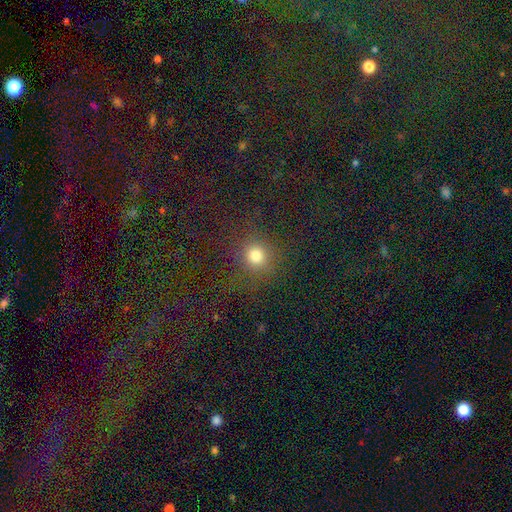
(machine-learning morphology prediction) A smooth galaxy with no disk features (74%) that is round (88%).

Vote fractions:
- Smooth or featured? smooth: 74% / star or artifact: 19% / featured or disk: 7%
- How rounded? round: 88% / in between: 11% / cigar-shaped: 2%
- Merging? none: 81% / minor disturbance: 9% / major disturbance: 6% / merger: 3%